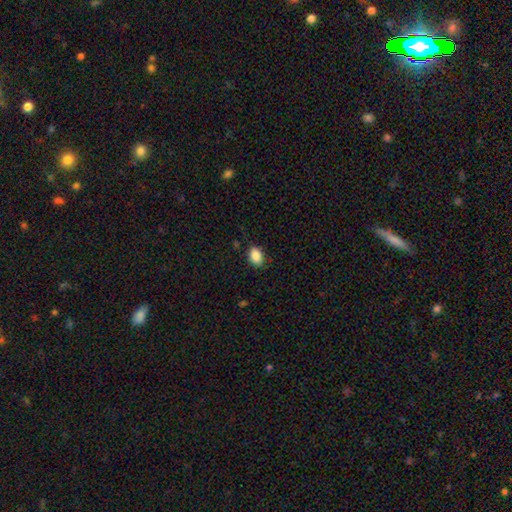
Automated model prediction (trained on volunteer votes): Smooth or featured: smooth — 88% (star or artifact — 8%)
How rounded: in between — 85% (round — 14%)
Merging: none — 84% (minor disturbance — 13%)